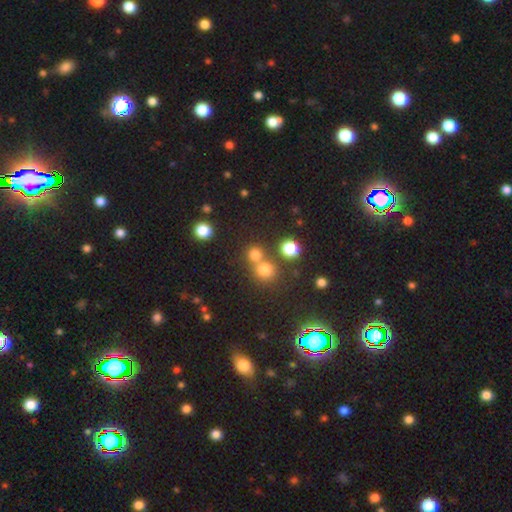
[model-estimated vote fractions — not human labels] Smooth or featured? smooth (60%)
How rounded? round (89%)
Merging? none (59%)